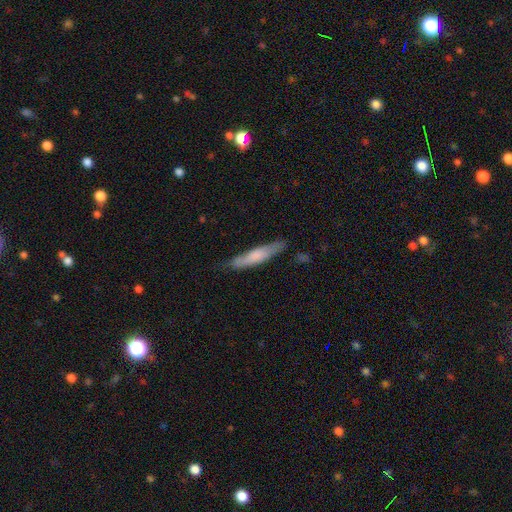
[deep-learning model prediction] Morphology: type=smooth (65%); roundness=cigar-shaped (87%); merging=none (75%).